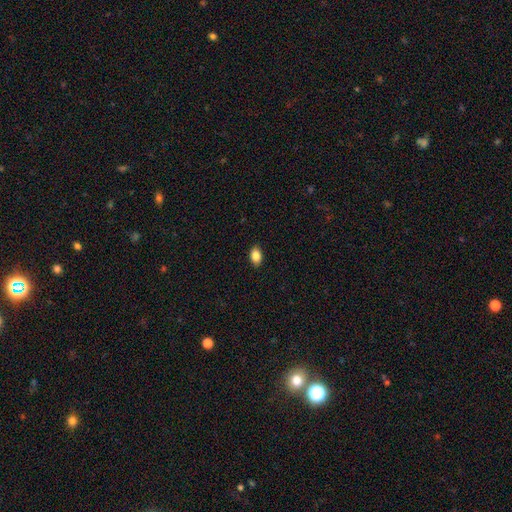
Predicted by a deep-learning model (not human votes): Smooth or featured?
  - smooth: 87% *
  - star or artifact: 8%
  - featured or disk: 5%
How rounded?
  - in between: 88% *
  - round: 11%
  - cigar-shaped: 2%
Merging?
  - none: 89% *
  - minor disturbance: 8%
  - major disturbance: 2%
  - merger: 1%